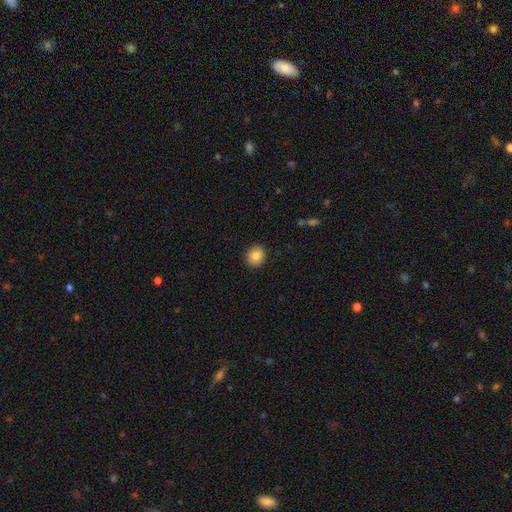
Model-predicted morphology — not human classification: Smooth or featured? smooth (84%)
How rounded? round (80%)
Merging? none (91%)